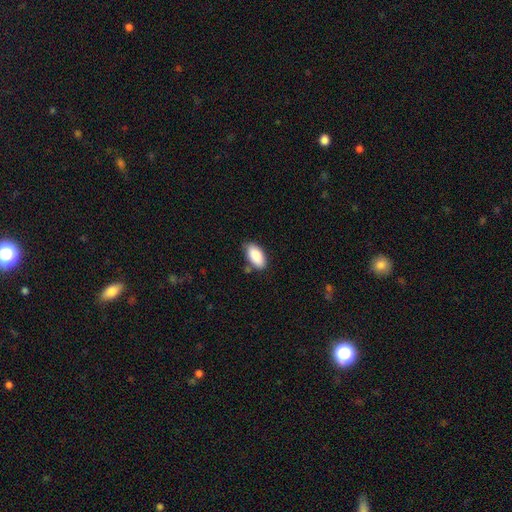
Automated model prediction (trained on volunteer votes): Smooth or featured: smooth — 89% (star or artifact — 7%)
How rounded: in between — 94% (cigar-shaped — 4%)
Merging: none — 76% (minor disturbance — 17%)